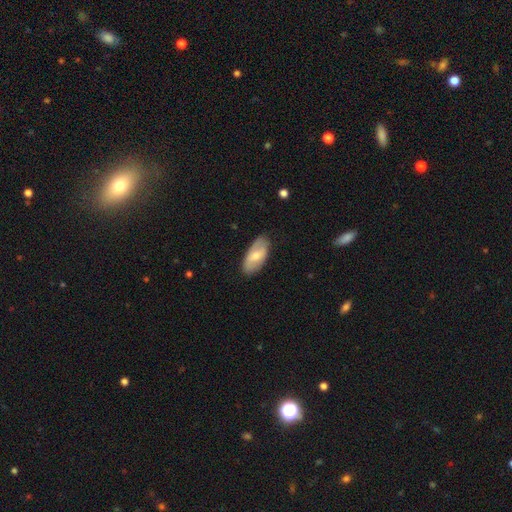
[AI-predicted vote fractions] Smooth or featured? Predicted: smooth (p=0.59). How rounded? Predicted: in between (p=0.92). Merging? Predicted: none (p=0.82).